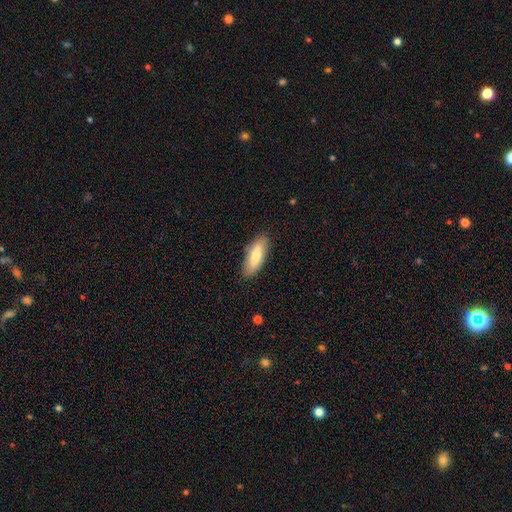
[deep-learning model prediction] This appears to be a smooth galaxy with no disk features (77%) that is in between round and cigar-shaped (67%). Merging: none (86%).